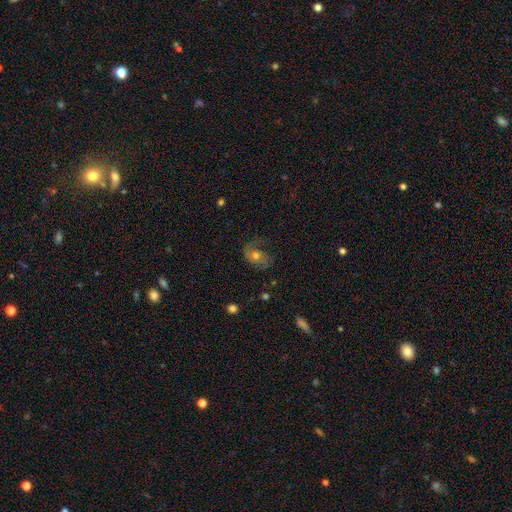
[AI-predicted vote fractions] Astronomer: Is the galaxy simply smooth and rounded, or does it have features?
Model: smooth — 45% (runner-up: featured or disk, 44%).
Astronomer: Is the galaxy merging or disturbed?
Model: none — 51%.